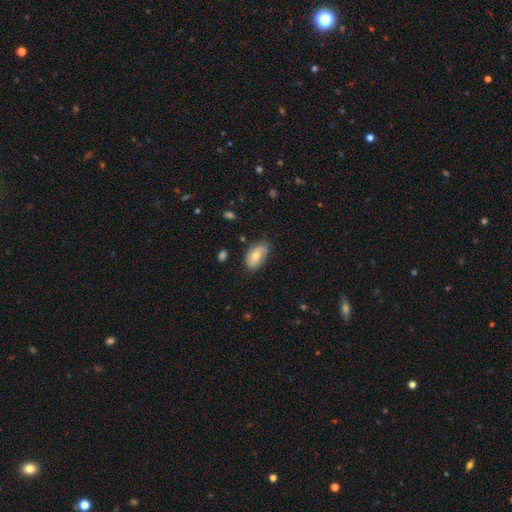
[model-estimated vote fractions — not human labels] A smooth galaxy with no disk features (64%) that is in between round and cigar-shaped (92%).

Vote fractions:
- Smooth or featured? smooth: 64% / featured or disk: 29% / star or artifact: 7%
- How rounded? in between: 92% / round: 5% / cigar-shaped: 3%
- Merging? none: 67% / minor disturbance: 25% / major disturbance: 5% / merger: 2%